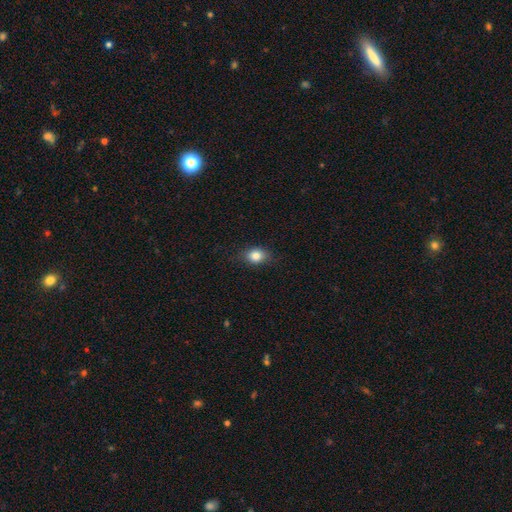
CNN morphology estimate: smooth 83%, star or artifact 10%, featured or disk 7%. Down the decision tree: how rounded — in between (50%); merging — none (81%).